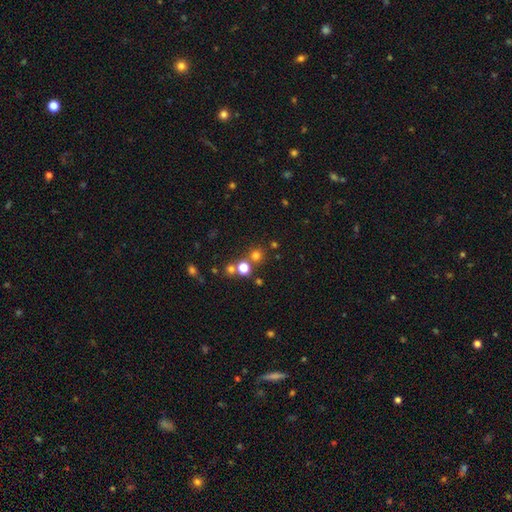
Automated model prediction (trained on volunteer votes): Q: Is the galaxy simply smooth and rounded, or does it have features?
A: smooth — 69%.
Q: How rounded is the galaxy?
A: round — 92%.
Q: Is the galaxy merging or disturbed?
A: none — 74%.